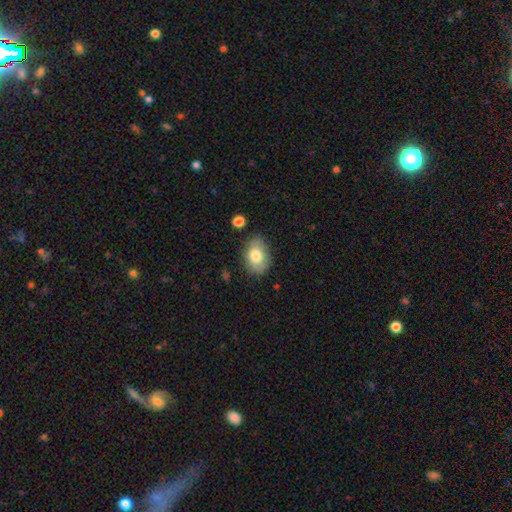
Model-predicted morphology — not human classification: Smooth or featured? Predicted: smooth (p=0.73). How rounded? Predicted: in between (p=0.77). Merging? Predicted: none (p=0.75).